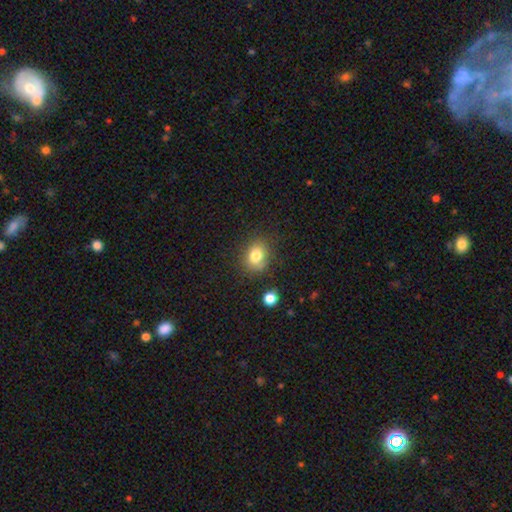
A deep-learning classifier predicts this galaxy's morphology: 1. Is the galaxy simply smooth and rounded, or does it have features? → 80% smooth, 11% star or artifact, 9% featured or disk.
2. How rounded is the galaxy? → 54% round, 45% in between, 1% cigar-shaped.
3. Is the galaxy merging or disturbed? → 78% none, 15% minor disturbance, 4% major disturbance, 3% merger.